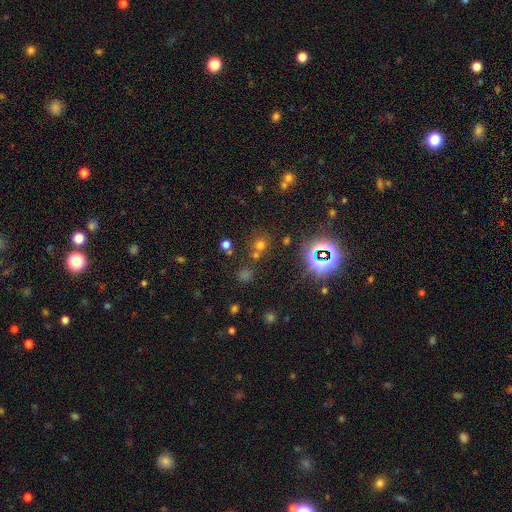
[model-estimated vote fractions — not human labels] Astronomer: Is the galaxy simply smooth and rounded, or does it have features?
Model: star or artifact — 57% (runner-up: smooth, 36%).